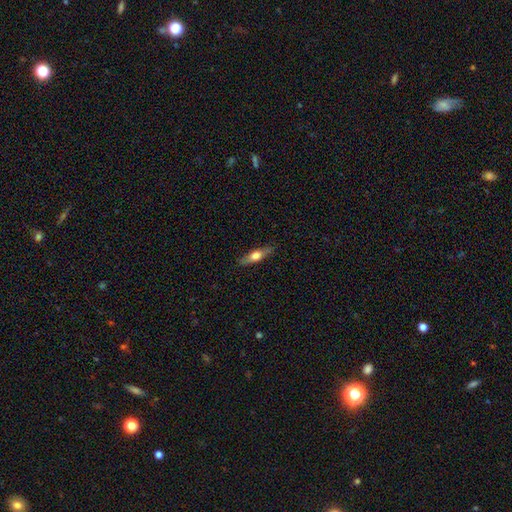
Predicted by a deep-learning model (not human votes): smooth_or_featured: smooth (p=0.51) [alt: featured or disk p=0.43]
how_rounded: cigar-shaped (p=0.61) [alt: in between p=0.36]
merging: none (p=0.84) [alt: minor disturbance p=0.12]